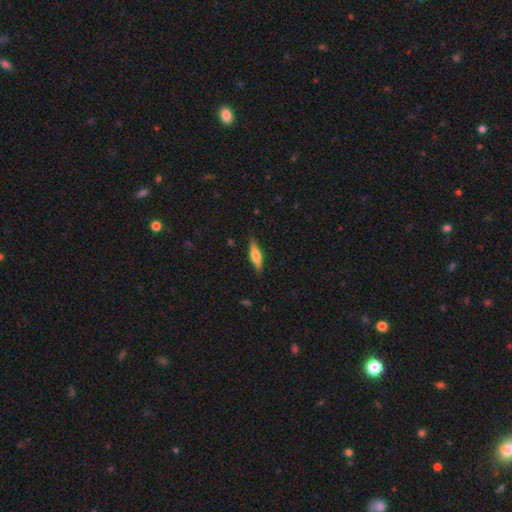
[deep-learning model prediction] Q: Smooth or featured?
A: smooth (50%); runner-up: featured or disk (44%)
Q: Merging?
A: none (86%); runner-up: minor disturbance (10%)